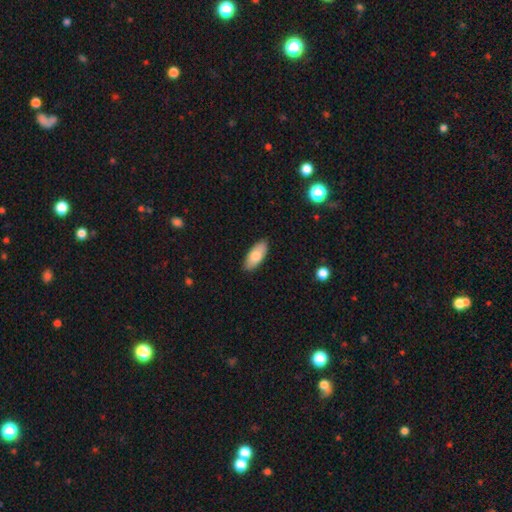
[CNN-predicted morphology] Smooth or featured?
  - smooth: 80% *
  - featured or disk: 14%
  - star or artifact: 6%
How rounded?
  - in between: 88% *
  - cigar-shaped: 10%
  - round: 2%
Merging?
  - none: 88% *
  - minor disturbance: 9%
  - major disturbance: 2%
  - merger: 1%